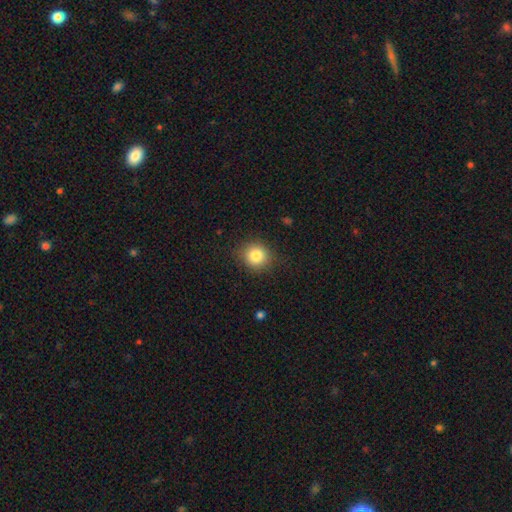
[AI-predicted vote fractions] A smooth galaxy with no disk features (83%) that is round (87%).

Vote fractions:
- Smooth or featured? smooth: 83% / star or artifact: 10% / featured or disk: 7%
- How rounded? round: 87% / in between: 12% / cigar-shaped: 1%
- Merging? none: 86% / minor disturbance: 10% / major disturbance: 3% / merger: 1%